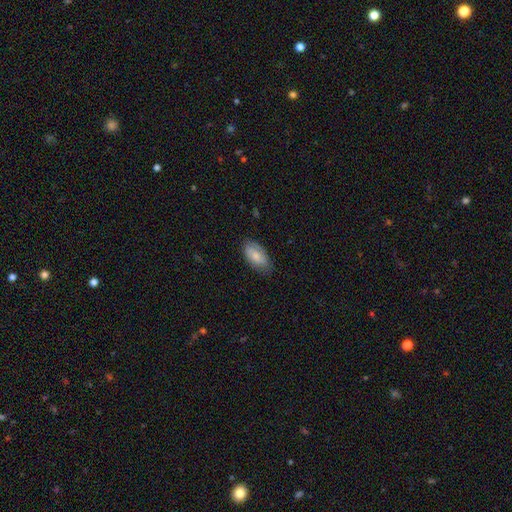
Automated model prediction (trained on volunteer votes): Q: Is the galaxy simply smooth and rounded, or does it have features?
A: smooth — 72%.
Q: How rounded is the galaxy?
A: in between — 93%.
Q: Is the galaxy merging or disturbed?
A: none — 74%.